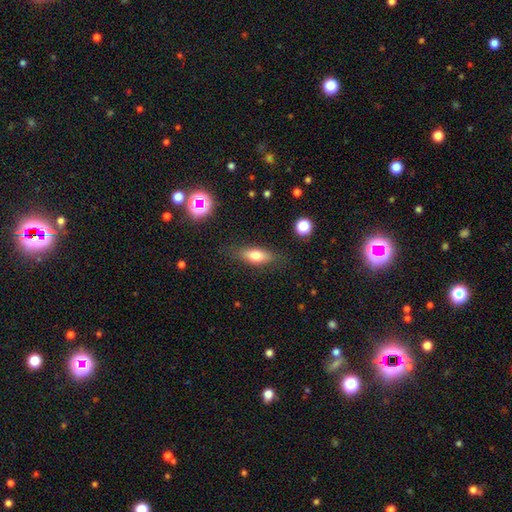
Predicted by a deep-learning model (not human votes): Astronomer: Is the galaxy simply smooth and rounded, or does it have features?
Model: smooth — 70%.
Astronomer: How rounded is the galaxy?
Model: in between — 69%.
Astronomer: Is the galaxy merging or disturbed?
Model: none — 79%.